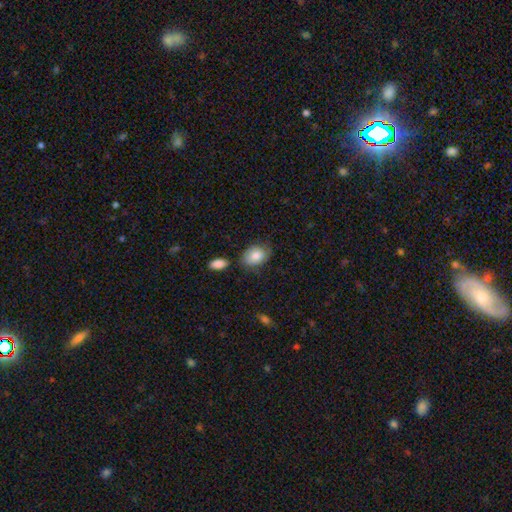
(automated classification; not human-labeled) smooth-or-featured: smooth: 78% | featured or disk: 15% | star or artifact: 7%
  how-rounded: in between: 79% | round: 20% | cigar-shaped: 1%
  merging: none: 65% | minor disturbance: 23% | major disturbance: 6% | merger: 6%